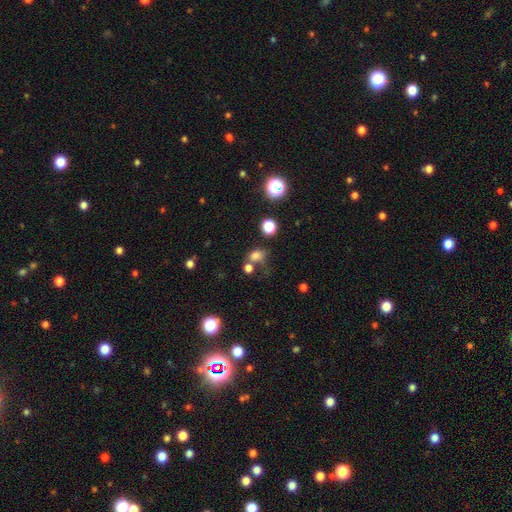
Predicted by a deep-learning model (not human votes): smooth_or_featured: smooth (p=0.73) [alt: star or artifact p=0.19]
how_rounded: in between (p=0.54) [alt: round p=0.45]
merging: none (p=0.49) [alt: merger p=0.23]